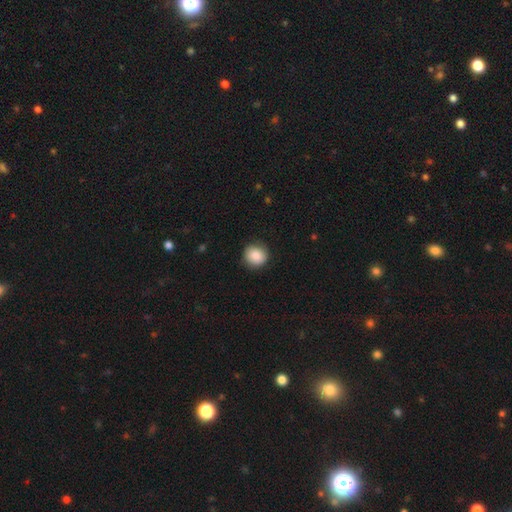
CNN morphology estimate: smooth-or-featured: smooth: 86% | star or artifact: 8% | featured or disk: 6%
  how-rounded: round: 90% | in between: 9% | cigar-shaped: 1%
  merging: none: 87% | minor disturbance: 10% | major disturbance: 2% | merger: 1%